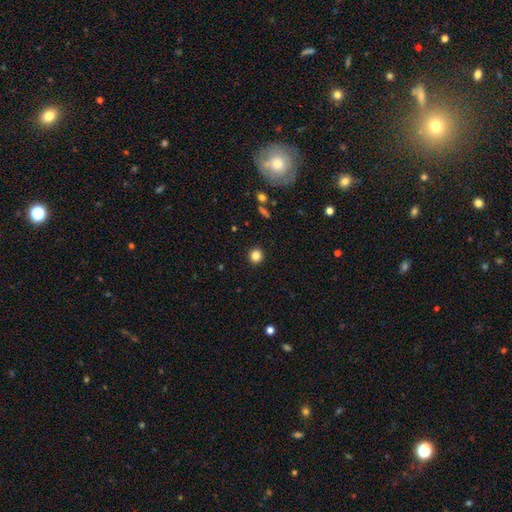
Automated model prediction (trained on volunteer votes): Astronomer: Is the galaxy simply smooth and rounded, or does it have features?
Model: smooth — 84%.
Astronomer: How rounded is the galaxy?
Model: round — 93%.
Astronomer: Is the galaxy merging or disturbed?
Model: none — 93%.